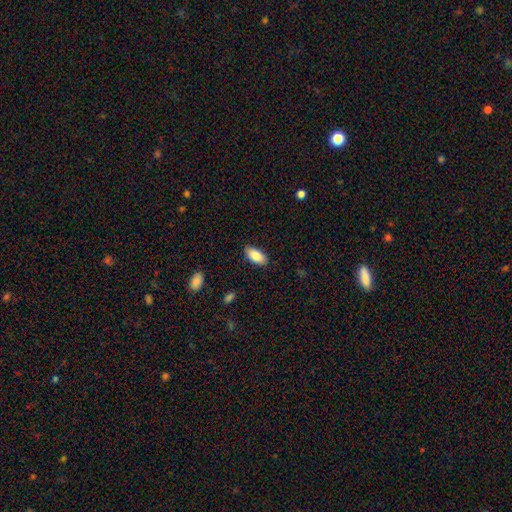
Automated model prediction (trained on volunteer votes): Q: Smooth or featured?
A: smooth (86%); runner-up: featured or disk (7%)
Q: How rounded?
A: in between (90%); runner-up: cigar-shaped (8%)
Q: Merging?
A: none (87%); runner-up: minor disturbance (10%)